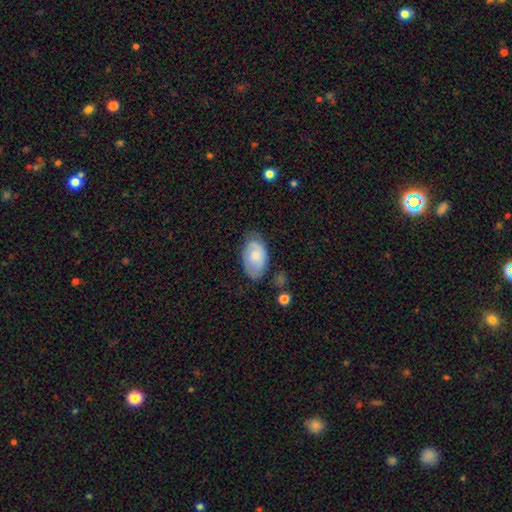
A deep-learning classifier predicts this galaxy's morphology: Q: Smooth or featured?
A: smooth (68%); runner-up: featured or disk (26%)
Q: How rounded?
A: in between (93%); runner-up: round (6%)
Q: Merging?
A: none (64%); runner-up: minor disturbance (27%)